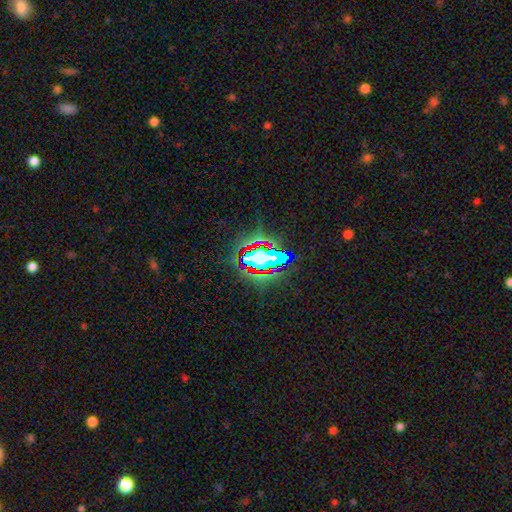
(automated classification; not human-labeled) Smooth or featured? Predicted: star or artifact (p=0.53).